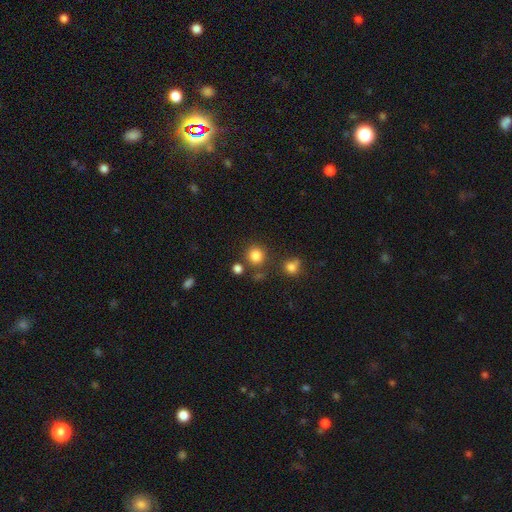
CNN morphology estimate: smooth-or-featured: smooth: 82% | star or artifact: 13% | featured or disk: 5%
  how-rounded: round: 91% | in between: 8% | cigar-shaped: 1%
  merging: none: 78% | merger: 10% | minor disturbance: 9% | major disturbance: 4%